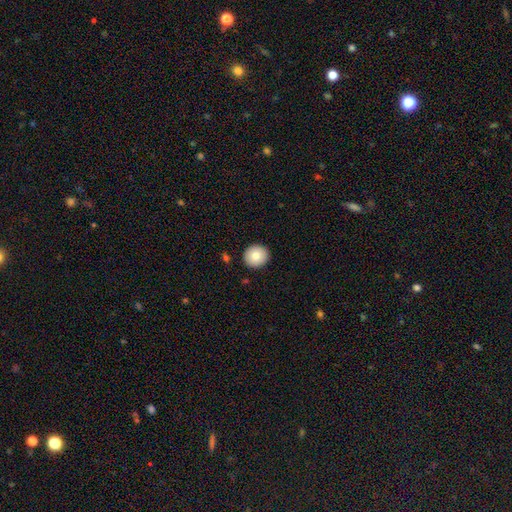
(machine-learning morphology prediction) Smooth or featured? Predicted: smooth (p=0.81). How rounded? Predicted: round (p=0.91). Merging? Predicted: none (p=0.91).